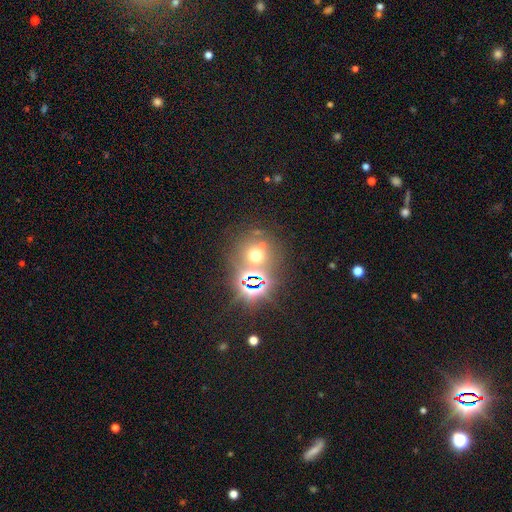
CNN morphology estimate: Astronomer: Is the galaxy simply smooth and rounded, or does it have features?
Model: smooth — 45% (runner-up: star or artifact, 43%).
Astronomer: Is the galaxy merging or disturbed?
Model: none — 67%.